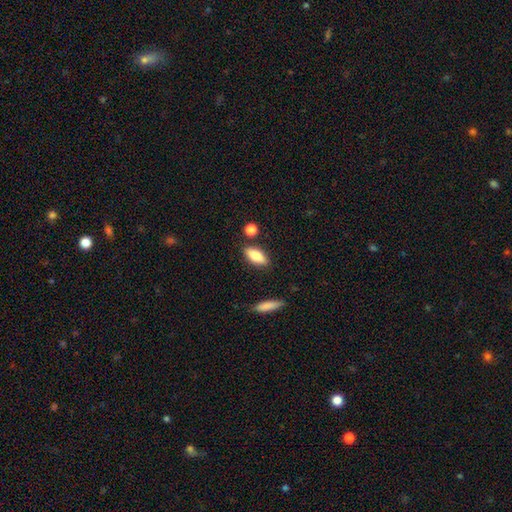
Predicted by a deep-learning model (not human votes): Smooth or featured: smooth — 81% (featured or disk — 12%)
How rounded: in between — 78% (cigar-shaped — 19%)
Merging: none — 82% (minor disturbance — 11%)